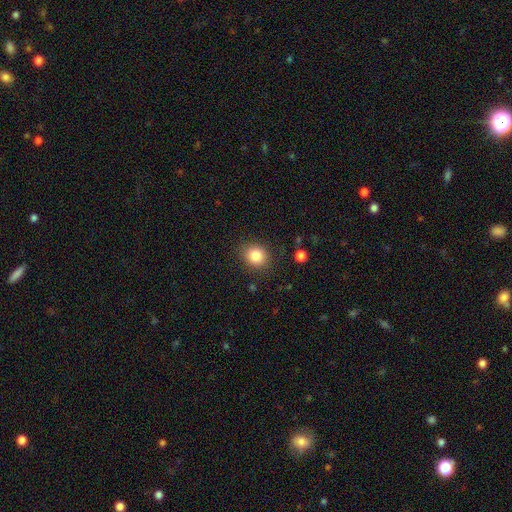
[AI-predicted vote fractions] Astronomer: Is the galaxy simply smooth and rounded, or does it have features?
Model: smooth — 84%.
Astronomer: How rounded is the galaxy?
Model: round — 73%.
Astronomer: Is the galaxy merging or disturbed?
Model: none — 86%.